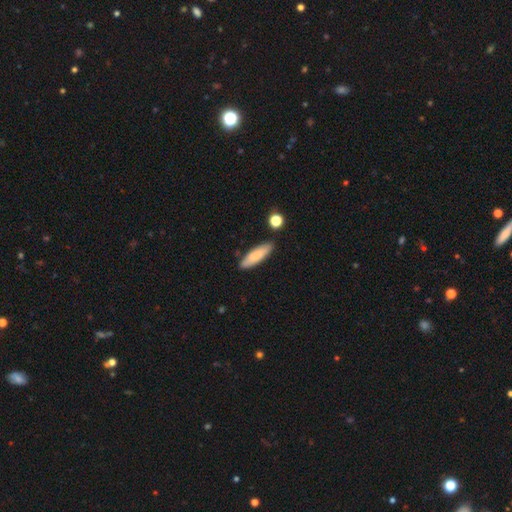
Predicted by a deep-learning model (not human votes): The model was most divided on "how rounded": cigar-shaped: 60%, in between: 38%, round: 2%. More confident: merging — none (82%); smooth or featured — smooth (80%).